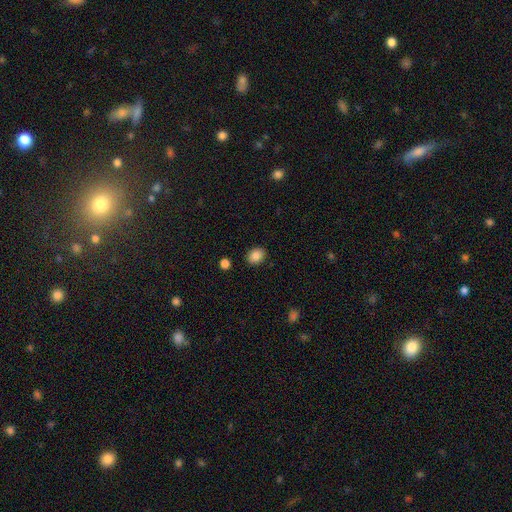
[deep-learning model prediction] A smooth galaxy with no disk features (86%) that is in between round and cigar-shaped (53%). Merging: none (88%).